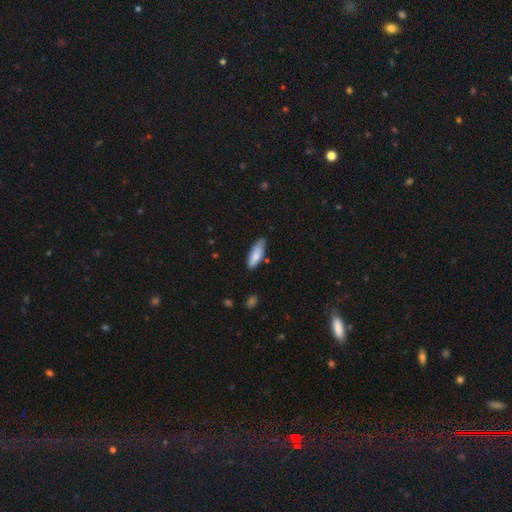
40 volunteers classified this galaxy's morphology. Smooth or featured? smooth (82%)
How rounded? in between (61%)
Merging? none (70%)